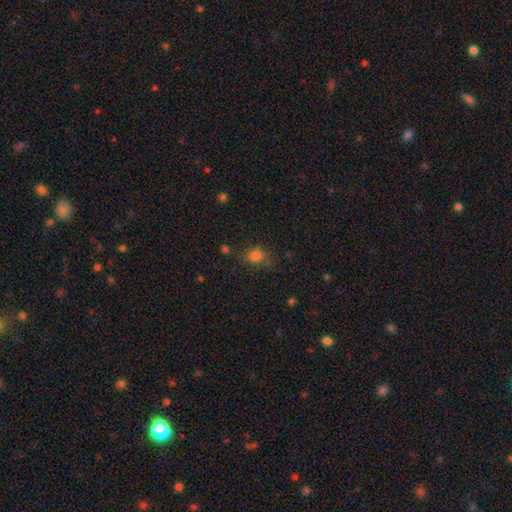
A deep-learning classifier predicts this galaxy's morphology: A smooth galaxy with no disk features (80%) that is round (56%).

Vote fractions:
- Smooth or featured? smooth: 80% / star or artifact: 14% / featured or disk: 6%
- How rounded? round: 56% / in between: 42% / cigar-shaped: 1%
- Merging? none: 71% / minor disturbance: 19% / major disturbance: 7% / merger: 3%